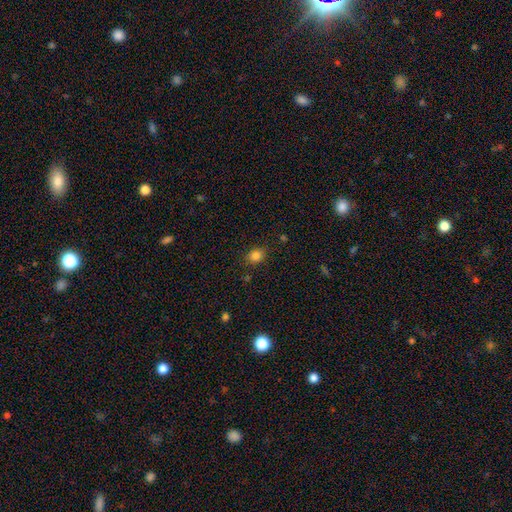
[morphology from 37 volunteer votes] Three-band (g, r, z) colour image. It shows a smooth galaxy with no disk features (86%) that is round (59%). Merging: none (85%).